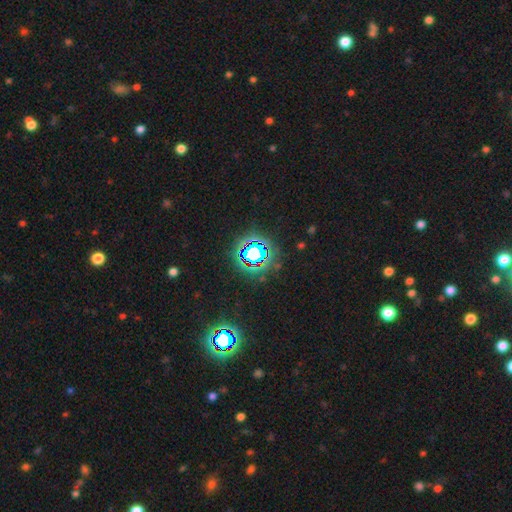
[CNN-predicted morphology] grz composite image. It shows a star or artifact, not a galaxy (80%).